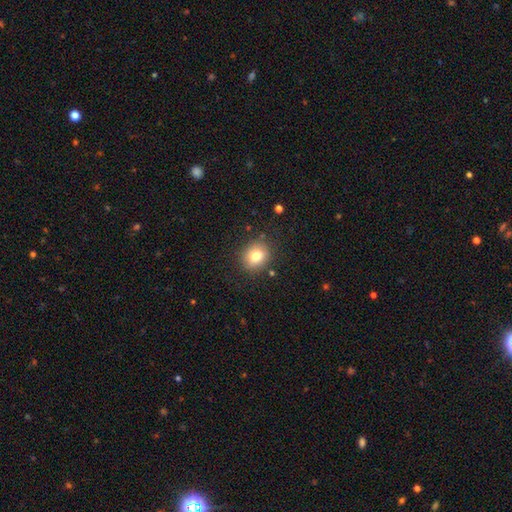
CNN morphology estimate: smooth 79%, featured or disk 11%, star or artifact 11%. Down the decision tree: how rounded — round (67%); merging — none (85%).